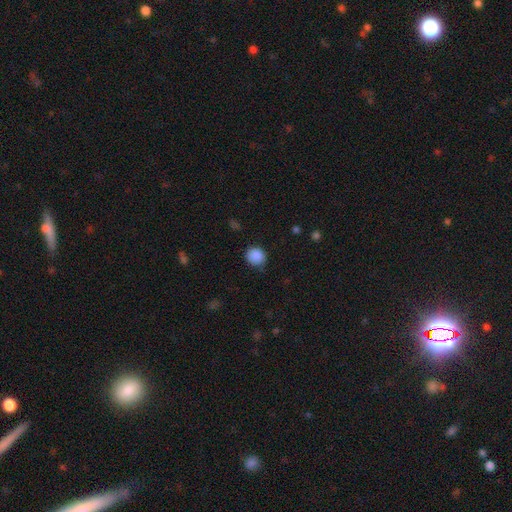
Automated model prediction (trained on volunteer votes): The model was most divided on "merging": none: 81%, minor disturbance: 15%, major disturbance: 3%, merger: 1%. More confident: smooth or featured — smooth (88%); how rounded — round (85%).